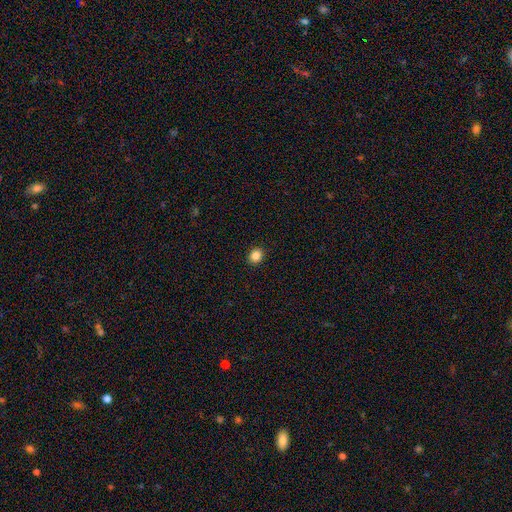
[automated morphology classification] A smooth galaxy with no disk features (85%) that is round (69%). Merging: none (92%).